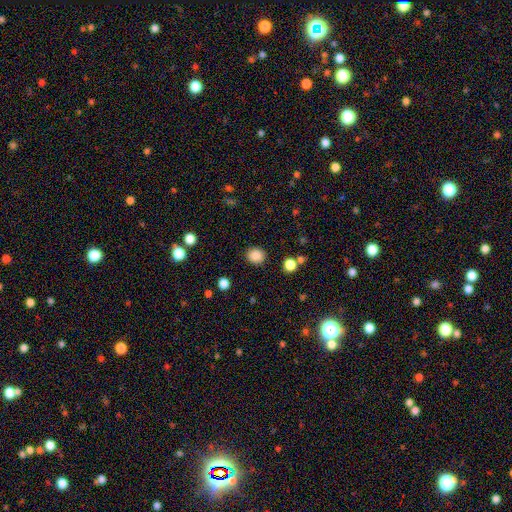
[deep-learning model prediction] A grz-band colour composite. It shows a smooth galaxy with no disk features (86%) that is round (81%). Merging: none (89%).